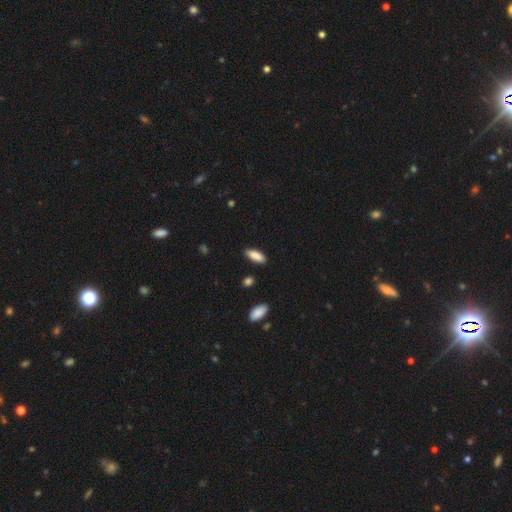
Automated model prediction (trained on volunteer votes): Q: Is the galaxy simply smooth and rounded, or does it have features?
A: smooth — 89%.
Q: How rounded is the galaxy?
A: in between — 74%.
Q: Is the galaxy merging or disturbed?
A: none — 86%.